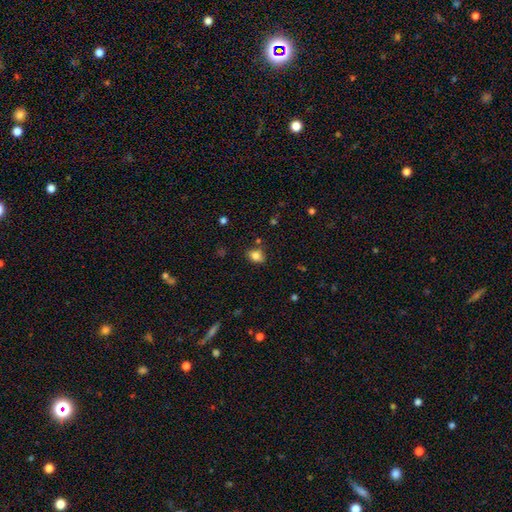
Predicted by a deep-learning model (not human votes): Smooth or featured: smooth — 82% (star or artifact — 11%)
How rounded: in between — 65% (round — 34%)
Merging: none — 77% (minor disturbance — 15%)